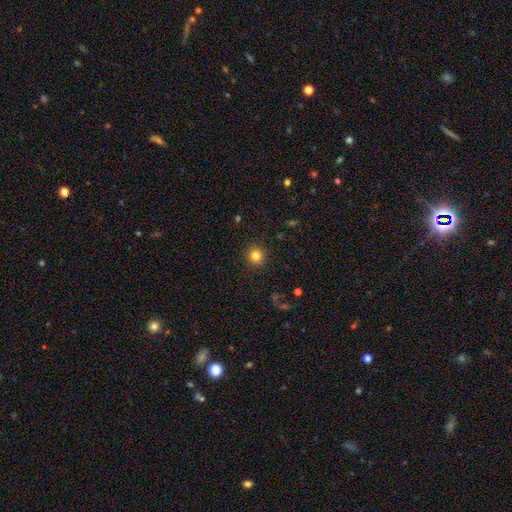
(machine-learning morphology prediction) smooth-or-featured: smooth: 82% | star or artifact: 12% | featured or disk: 6%
  how-rounded: round: 94% | in between: 5% | cigar-shaped: 1%
  merging: none: 92% | minor disturbance: 5% | major disturbance: 2% | merger: 1%